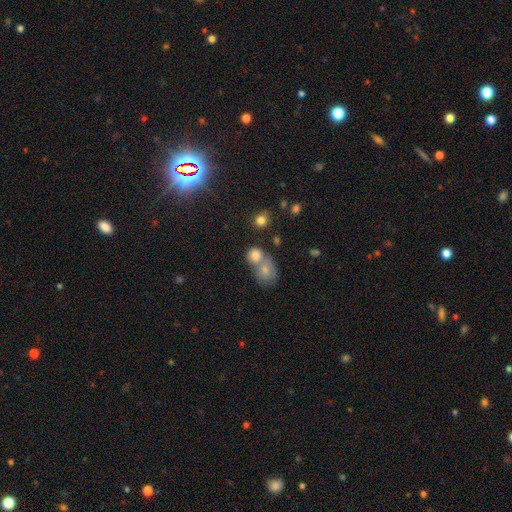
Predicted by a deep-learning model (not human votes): Smooth or featured? Predicted: smooth (p=0.75). How rounded? Predicted: round (p=0.70). Merging? Predicted: merger (p=0.50).